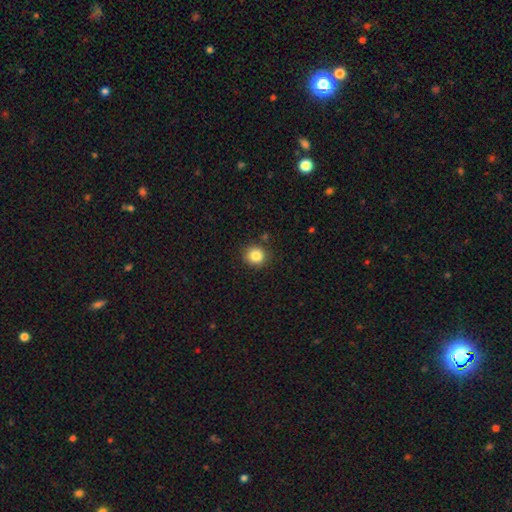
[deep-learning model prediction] Smooth or featured? Predicted: smooth (p=0.84). How rounded? Predicted: round (p=0.88). Merging? Predicted: none (p=0.87).